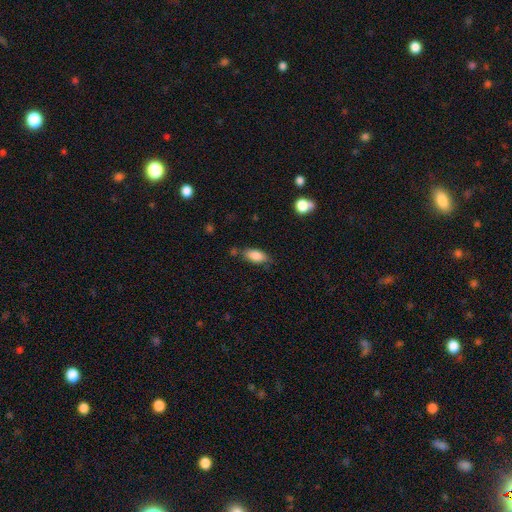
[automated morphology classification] A smooth galaxy with no disk features (85%) that is in between round and cigar-shaped (88%).

Vote fractions:
- Smooth or featured? smooth: 85% / featured or disk: 8% / star or artifact: 7%
- How rounded? in between: 88% / cigar-shaped: 9% / round: 4%
- Merging? none: 69% / minor disturbance: 20% / merger: 6% / major disturbance: 5%